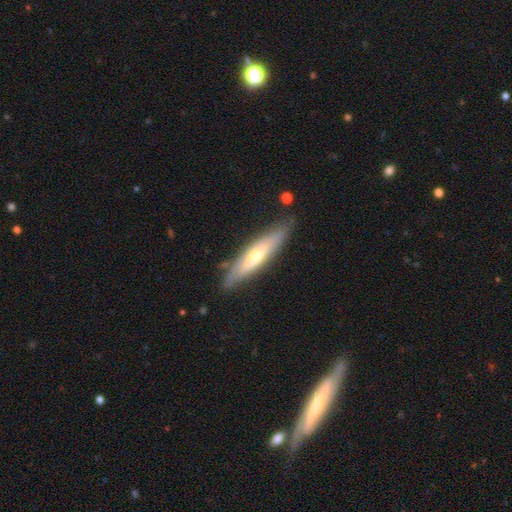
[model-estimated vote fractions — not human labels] Q: Smooth or featured?
A: featured or disk (58%); runner-up: smooth (36%)
Q: Edge-on disk?
A: yes (72%); runner-up: no (28%)
Q: Merging?
A: none (81%); runner-up: minor disturbance (14%)